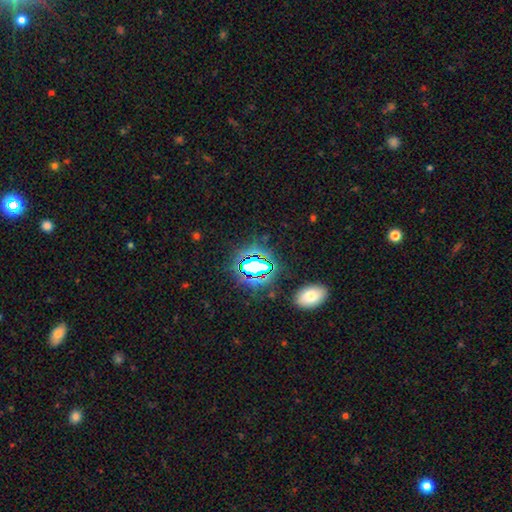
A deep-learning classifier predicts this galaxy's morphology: Smooth or featured? Predicted: star or artifact (p=0.69).